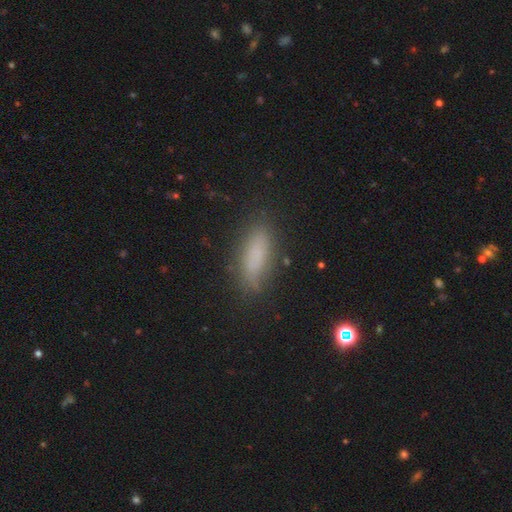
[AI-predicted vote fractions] Morphology: type=smooth (77%); roundness=in between (54%); merging=none (80%).